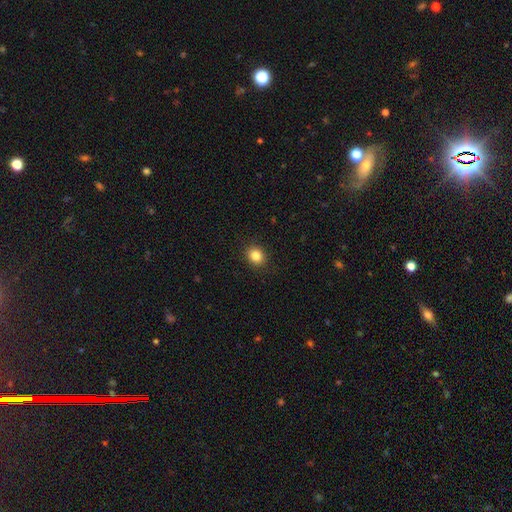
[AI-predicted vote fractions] This is clearly a smooth galaxy (84%). How rounded: likely round (63%). Merging: clearly none (90%).